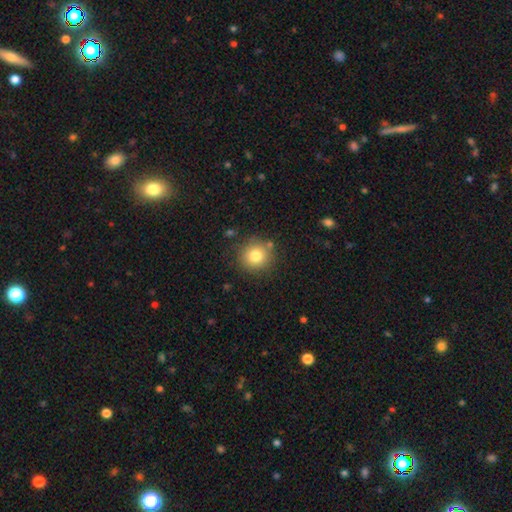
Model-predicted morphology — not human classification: A smooth galaxy with no disk features (80%) that is round (92%).

Vote fractions:
- Smooth or featured? smooth: 80% / star or artifact: 11% / featured or disk: 9%
- How rounded? round: 92% / in between: 7% / cigar-shaped: 1%
- Merging? none: 84% / minor disturbance: 9% / merger: 4% / major disturbance: 3%